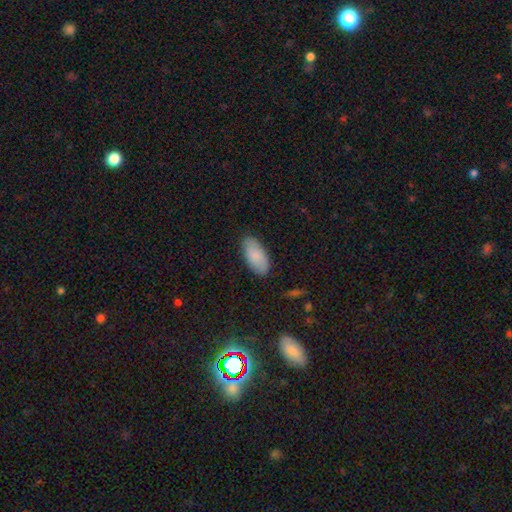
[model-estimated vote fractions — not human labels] A smooth galaxy with no disk features (88%) that is in between round and cigar-shaped (92%). Merging: none (86%).